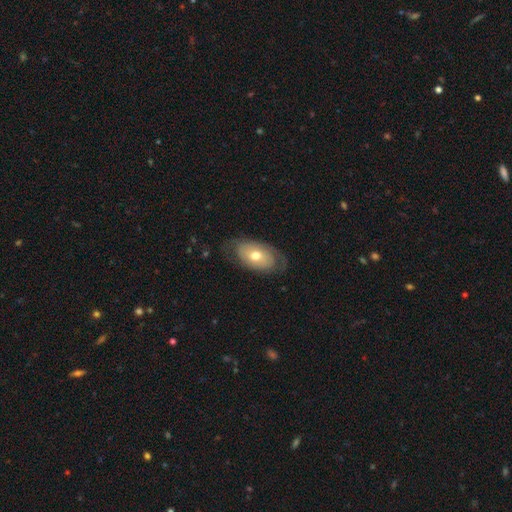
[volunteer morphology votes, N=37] A featured or disk galaxy (54%) with no bar (82%), no spiral arms (76%) and a moderate central bulge (71%). Merging: none (77%).